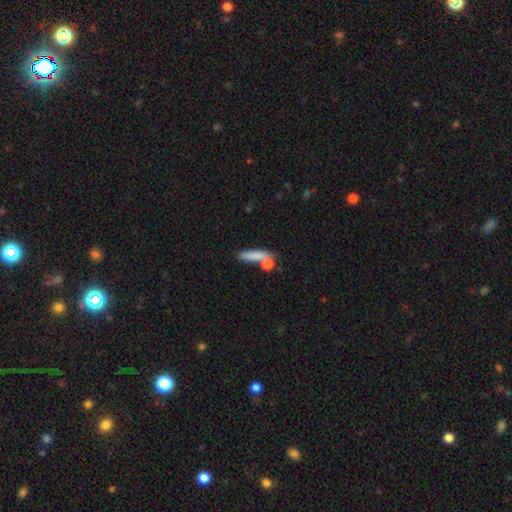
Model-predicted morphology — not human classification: Smooth or featured: smooth — 78% (featured or disk — 14%)
How rounded: cigar-shaped — 68% (in between — 24%)
Merging: none — 59% (merger — 22%)